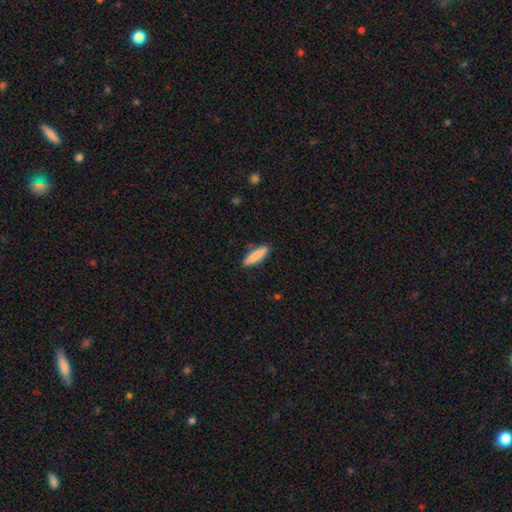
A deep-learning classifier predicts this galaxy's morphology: Smooth or featured?
  - smooth: 85% *
  - featured or disk: 9%
  - star or artifact: 6%
How rounded?
  - cigar-shaped: 77% *
  - in between: 22%
  - round: 1%
Merging?
  - none: 86% *
  - minor disturbance: 10%
  - major disturbance: 2%
  - merger: 2%